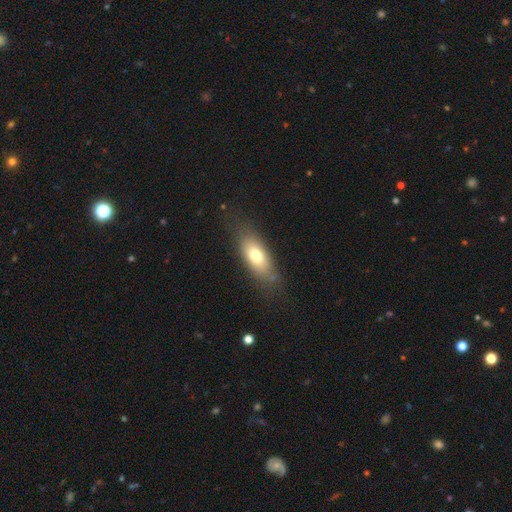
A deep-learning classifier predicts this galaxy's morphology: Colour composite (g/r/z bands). It shows a smooth galaxy with no disk features (71%) that is in between round and cigar-shaped (82%). Merging: none (71%).